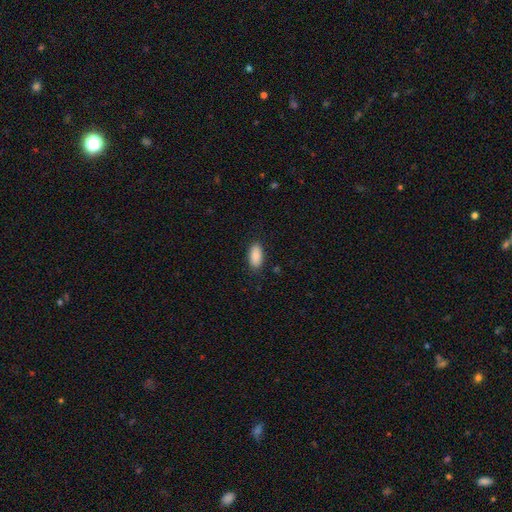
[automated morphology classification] smooth 90%, star or artifact 7%, featured or disk 3%. Down the decision tree: how rounded — in between (90%); merging — none (87%).